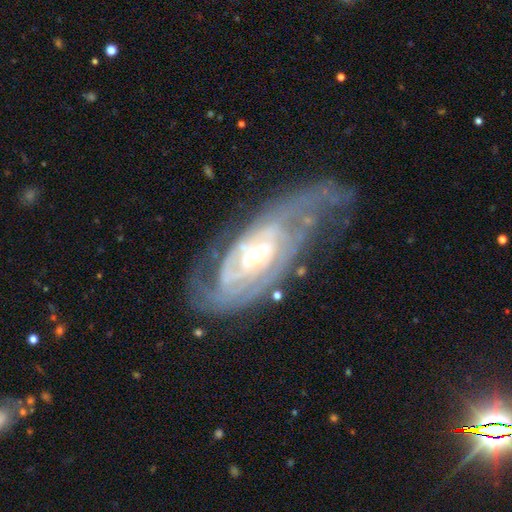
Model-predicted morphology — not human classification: featured or disk 87%, smooth 7%, star or artifact 6%. Down the decision tree: edge-on disk — no (93%); bar — no (45%); spiral arms — yes (95%); spiral arm count — 2 (34%); spiral winding — tight (66%); bulge size — small (61%); merging — none (55%).